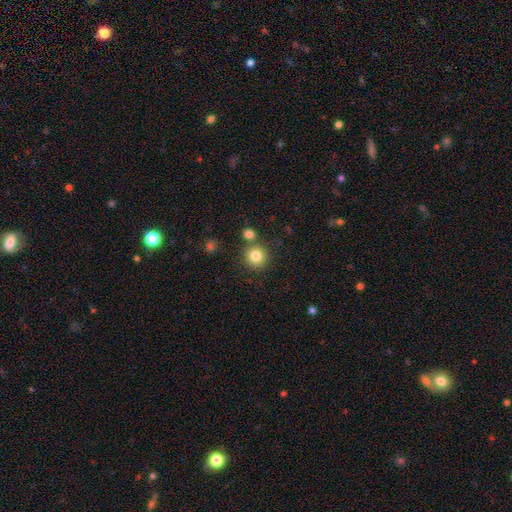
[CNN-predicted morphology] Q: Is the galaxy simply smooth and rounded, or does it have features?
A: smooth — 82%.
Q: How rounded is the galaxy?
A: round — 93%.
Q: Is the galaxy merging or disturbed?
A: none — 76%.